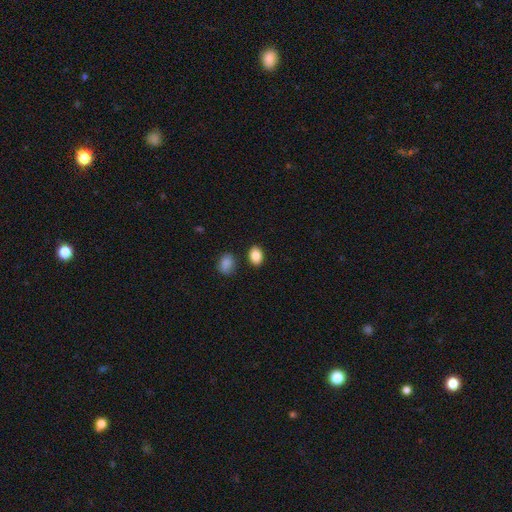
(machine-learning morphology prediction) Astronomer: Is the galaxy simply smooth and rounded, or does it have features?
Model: smooth — 86%.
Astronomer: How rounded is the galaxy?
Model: in between — 76%.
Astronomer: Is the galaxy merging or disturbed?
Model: none — 84%.